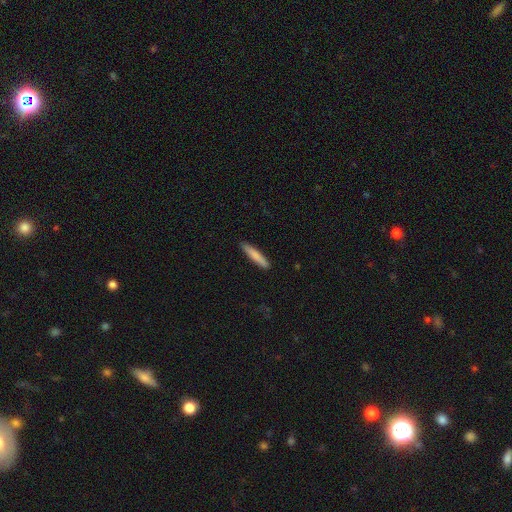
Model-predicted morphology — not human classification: Overall: smooth (80%). How rounded: cigar-shaped (92%). Merging: none (90%).